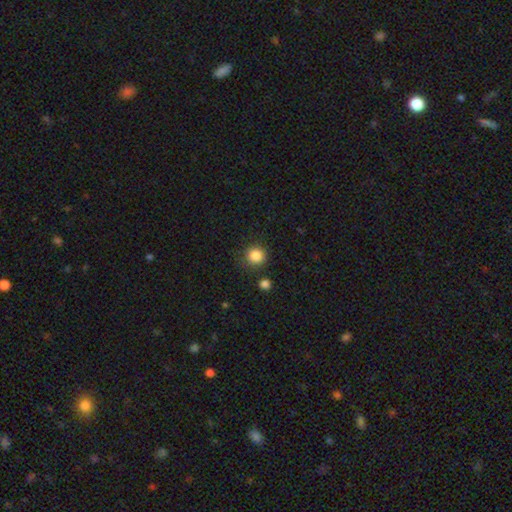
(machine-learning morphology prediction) smooth-or-featured: smooth: 85% | star or artifact: 10% | featured or disk: 4%
  how-rounded: round: 92% | in between: 7% | cigar-shaped: 1%
  merging: none: 83% | minor disturbance: 10% | merger: 4% | major disturbance: 3%